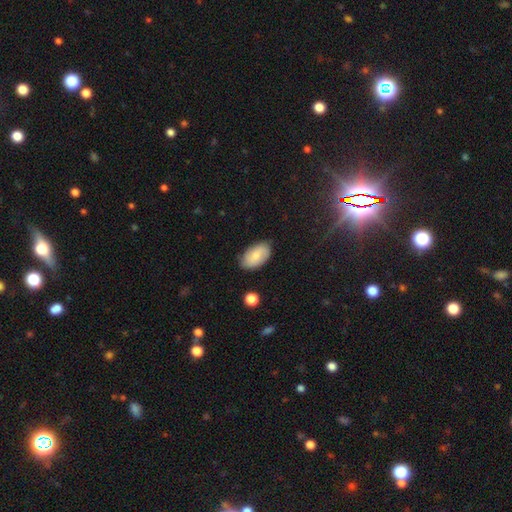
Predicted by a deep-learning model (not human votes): smooth_or_featured: smooth (p=0.70) [alt: featured or disk p=0.23]
how_rounded: in between (p=0.94) [alt: round p=0.05]
merging: none (p=0.79) [alt: minor disturbance p=0.16]